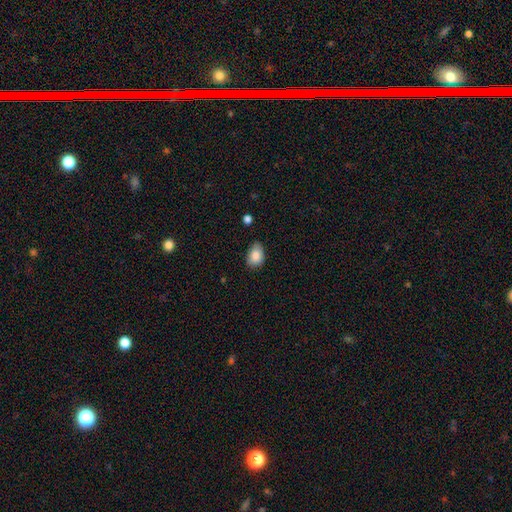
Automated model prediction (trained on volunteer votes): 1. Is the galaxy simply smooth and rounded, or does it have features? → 85% smooth, 8% star or artifact, 7% featured or disk.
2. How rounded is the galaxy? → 82% in between, 17% round, 1% cigar-shaped.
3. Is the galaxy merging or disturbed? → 70% none, 25% minor disturbance, 3% major disturbance, 2% merger.